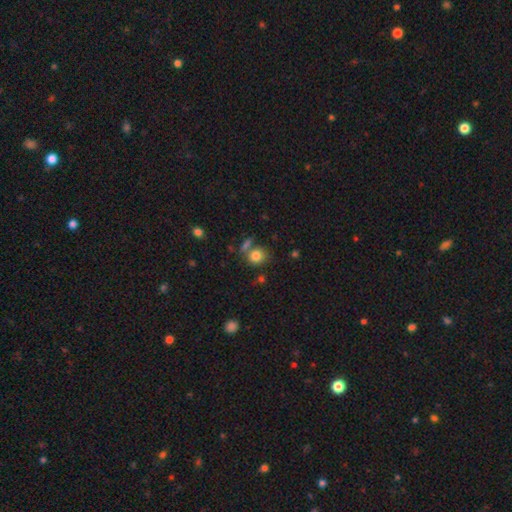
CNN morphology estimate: Smooth or featured?
  - smooth: 81% *
  - star or artifact: 10%
  - featured or disk: 8%
How rounded?
  - round: 72% *
  - in between: 27%
  - cigar-shaped: 1%
Merging?
  - none: 60% *
  - merger: 22%
  - minor disturbance: 13%
  - major disturbance: 5%